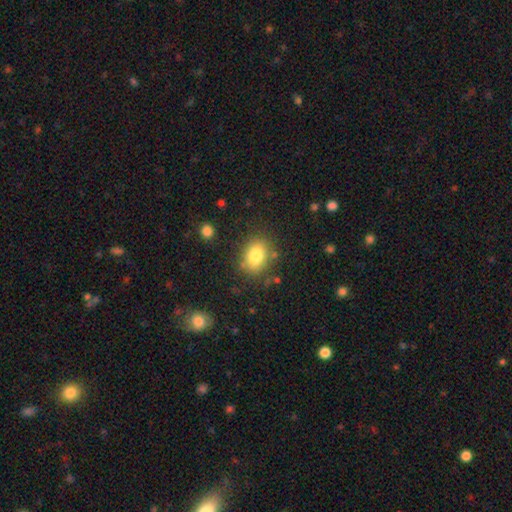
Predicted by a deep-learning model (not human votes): smooth 81%, featured or disk 10%, star or artifact 9%. Down the decision tree: how rounded — in between (64%); merging — none (78%).